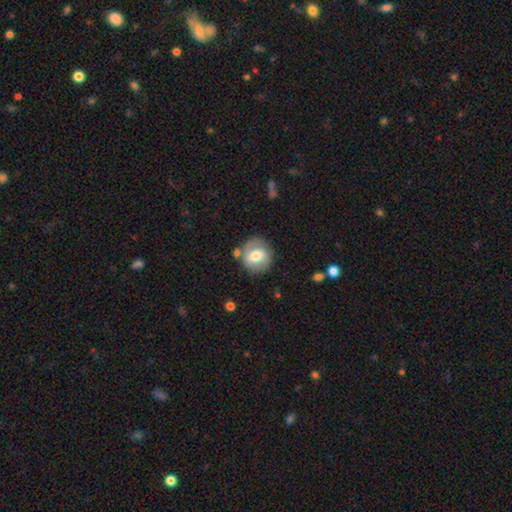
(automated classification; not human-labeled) smooth_or_featured: smooth (p=0.53) [alt: featured or disk p=0.40]
how_rounded: round (p=0.82) [alt: in between p=0.17]
merging: none (p=0.74) [alt: minor disturbance p=0.15]